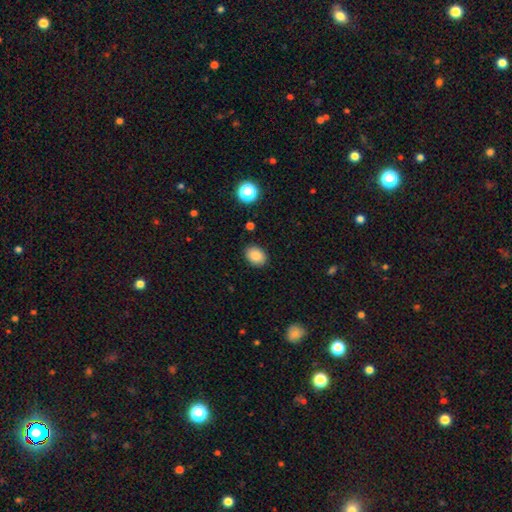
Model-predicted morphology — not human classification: Smooth or featured? smooth (86%)
How rounded? in between (60%)
Merging? none (87%)